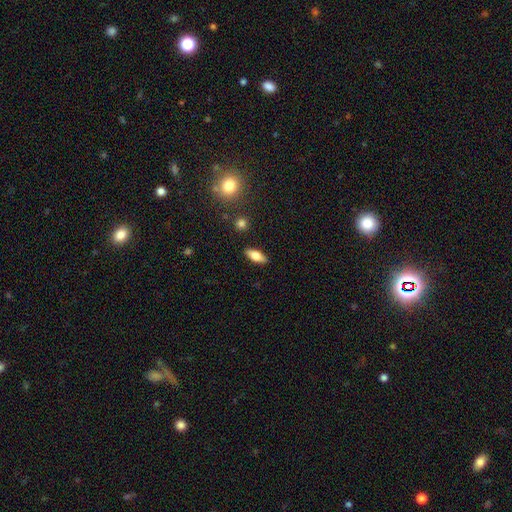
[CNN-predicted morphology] Smooth or featured? Predicted: smooth (p=0.71). How rounded? Predicted: in between (p=0.76). Merging? Predicted: none (p=0.88).